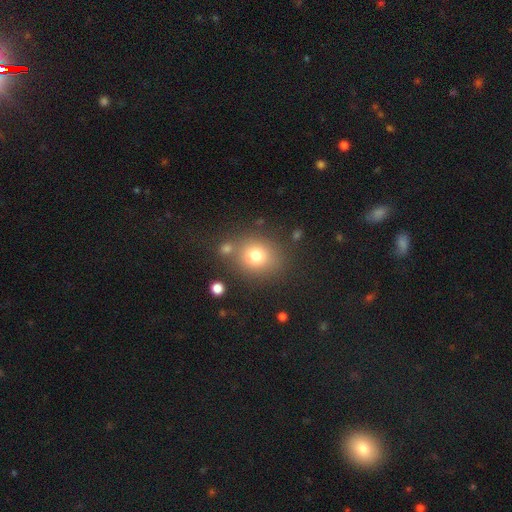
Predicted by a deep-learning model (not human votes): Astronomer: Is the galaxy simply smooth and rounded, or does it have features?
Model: smooth — 76%.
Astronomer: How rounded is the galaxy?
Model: round — 74%.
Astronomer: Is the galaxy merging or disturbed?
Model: none — 70%.